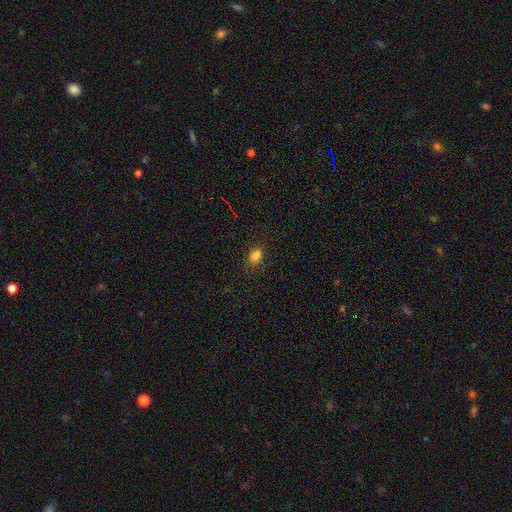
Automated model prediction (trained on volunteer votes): This appears to be a smooth galaxy with no disk features (81%) that is in between round and cigar-shaped (82%). Merging: none (78%).